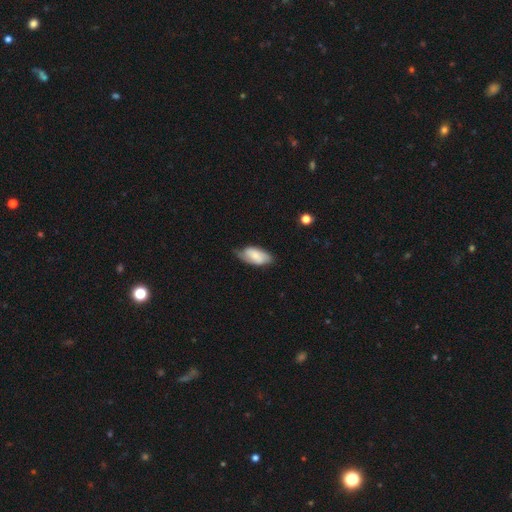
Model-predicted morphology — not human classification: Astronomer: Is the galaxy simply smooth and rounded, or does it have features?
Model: smooth — 64%.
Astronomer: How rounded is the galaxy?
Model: in between — 92%.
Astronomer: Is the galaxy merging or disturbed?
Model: none — 57% (runner-up: minor disturbance, 34%).